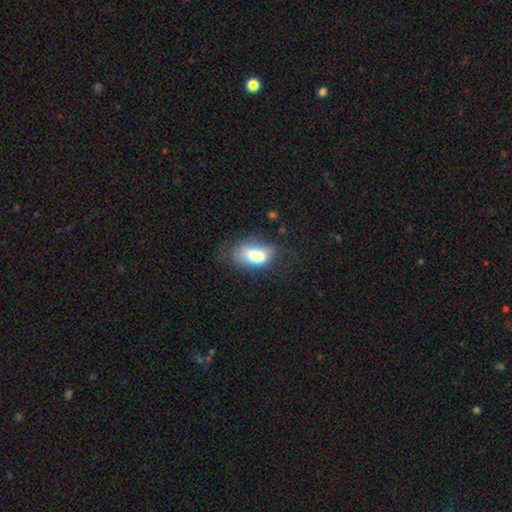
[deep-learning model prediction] smooth_or_featured: smooth (p=0.74) [alt: featured or disk p=0.17]
how_rounded: in between (p=0.89) [alt: round p=0.07]
merging: none (p=0.52) [alt: minor disturbance p=0.29]